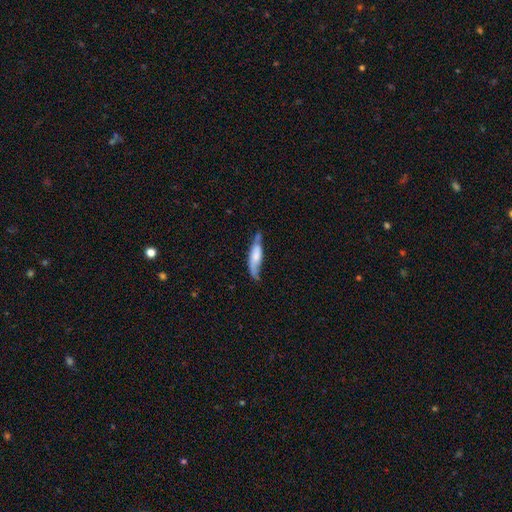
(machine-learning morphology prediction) Smooth or featured? Predicted: smooth (p=0.53). How rounded? Predicted: cigar-shaped (p=0.60). Merging? Predicted: none (p=0.46).